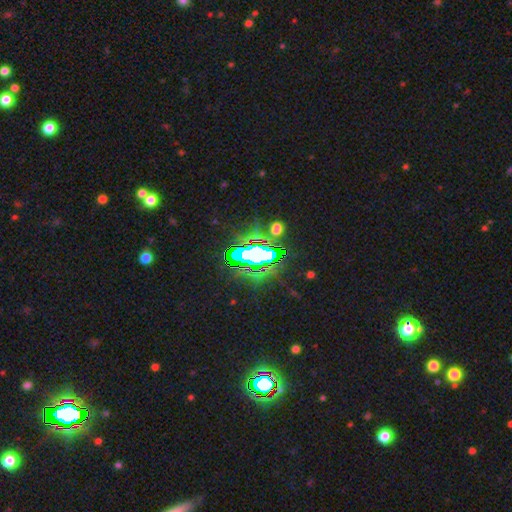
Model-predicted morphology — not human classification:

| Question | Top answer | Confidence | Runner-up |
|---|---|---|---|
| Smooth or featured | star or artifact | 71% | featured or disk (15%) |